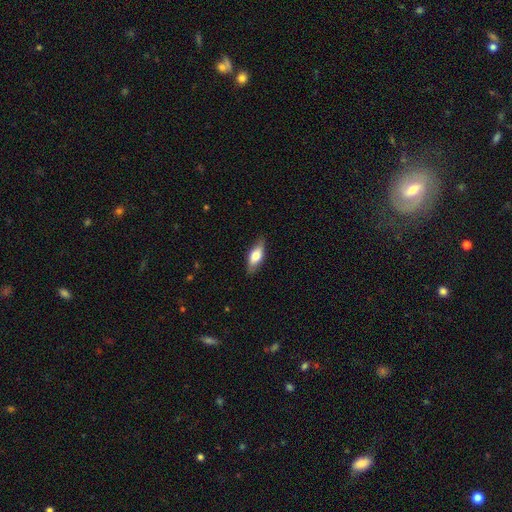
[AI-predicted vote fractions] smooth-or-featured: smooth: 63% | featured or disk: 31% | star or artifact: 6%
  how-rounded: in between: 72% | cigar-shaped: 25% | round: 3%
  merging: none: 84% | minor disturbance: 12% | major disturbance: 2% | merger: 1%